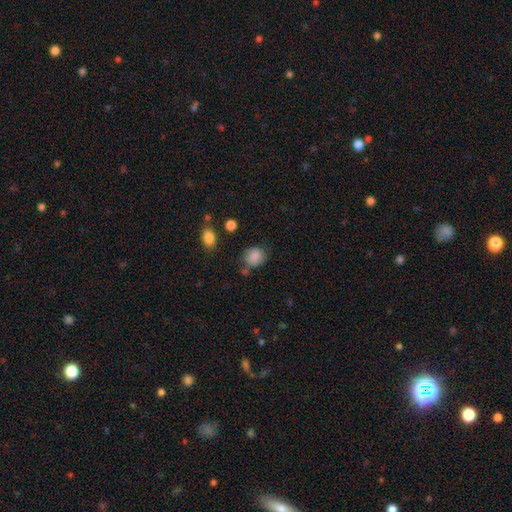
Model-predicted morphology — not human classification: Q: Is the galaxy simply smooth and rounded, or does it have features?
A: smooth — 85%.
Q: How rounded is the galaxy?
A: round — 66%.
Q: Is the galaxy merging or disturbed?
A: none — 65%.